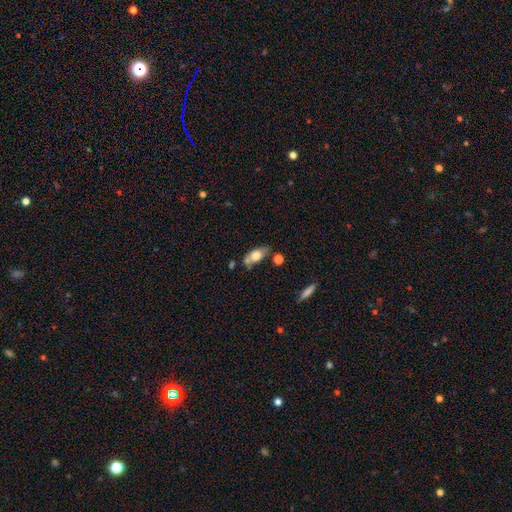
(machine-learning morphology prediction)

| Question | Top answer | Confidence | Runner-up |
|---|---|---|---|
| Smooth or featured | smooth | 68% | featured or disk (25%) |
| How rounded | in between | 82% | cigar-shaped (12%) |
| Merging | none | 54% | minor disturbance (22%) |